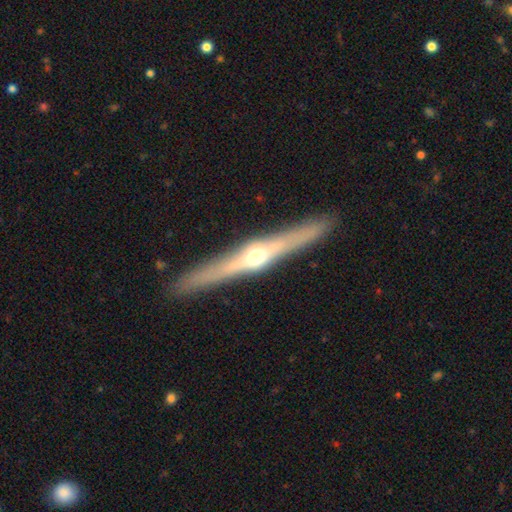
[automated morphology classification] Q: Smooth or featured?
A: featured or disk (76%); runner-up: smooth (18%)
Q: Edge-on disk?
A: yes (97%); runner-up: no (3%)
Q: Edge-on bulge?
A: rounded (93%); runner-up: none (4%)
Q: Merging?
A: none (91%); runner-up: minor disturbance (7%)